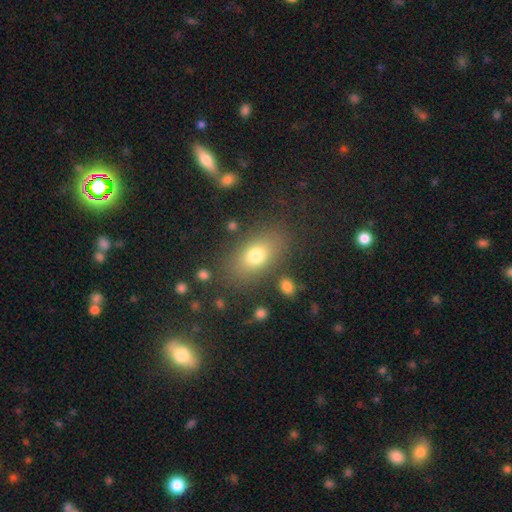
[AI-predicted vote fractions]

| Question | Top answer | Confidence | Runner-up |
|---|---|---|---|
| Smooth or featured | smooth | 74% | featured or disk (14%) |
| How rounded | in between | 79% | round (18%) |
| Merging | none | 79% | minor disturbance (11%) |